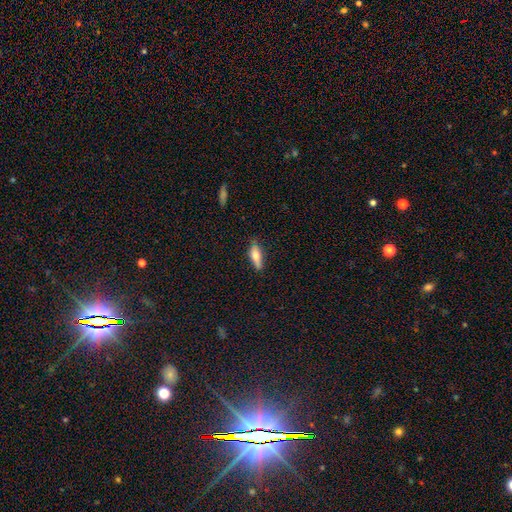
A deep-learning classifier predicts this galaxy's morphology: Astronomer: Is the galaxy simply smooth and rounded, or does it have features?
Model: smooth — 68%.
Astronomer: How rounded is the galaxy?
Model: in between — 57% (runner-up: cigar-shaped, 40%).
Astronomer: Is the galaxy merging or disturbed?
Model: none — 72%.